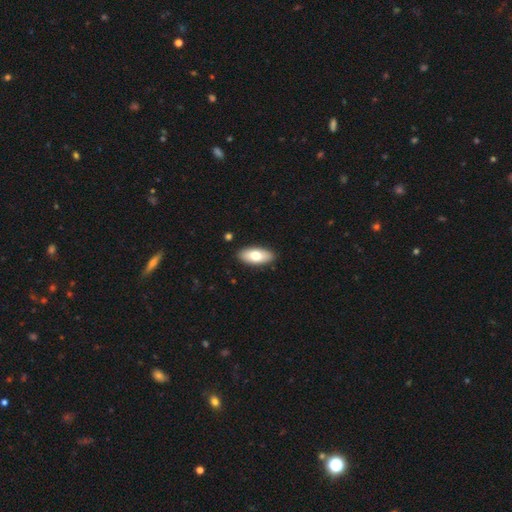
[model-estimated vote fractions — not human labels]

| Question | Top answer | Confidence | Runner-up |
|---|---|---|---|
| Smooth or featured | smooth | 72% | featured or disk (22%) |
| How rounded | in between | 88% | cigar-shaped (9%) |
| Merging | none | 90% | minor disturbance (7%) |